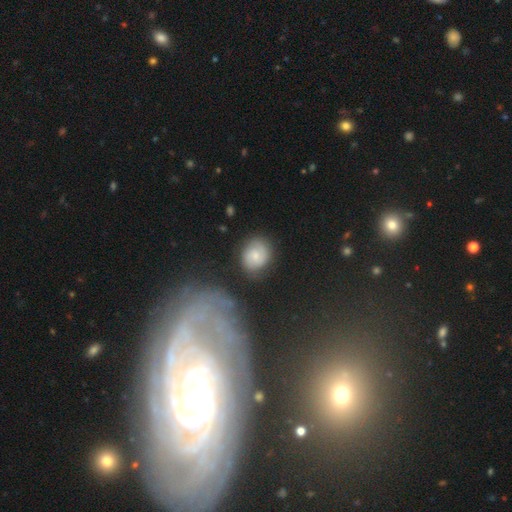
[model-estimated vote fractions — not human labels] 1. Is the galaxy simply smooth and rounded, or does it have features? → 48% smooth, 43% featured or disk, 9% star or artifact.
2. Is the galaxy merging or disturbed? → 76% none, 15% minor disturbance, 5% major disturbance, 3% merger.